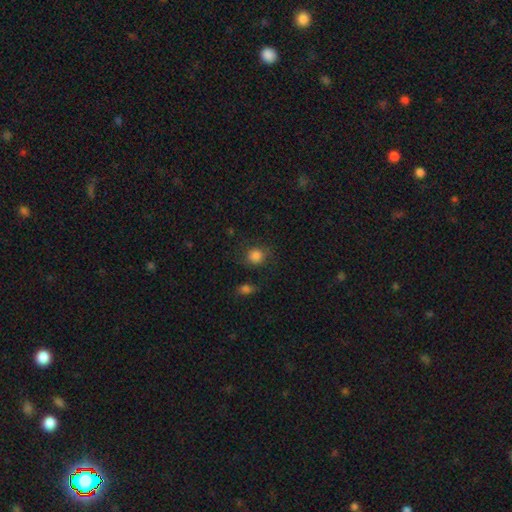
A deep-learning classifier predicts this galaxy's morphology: Smooth or featured? smooth (84%)
How rounded? round (83%)
Merging? none (74%)